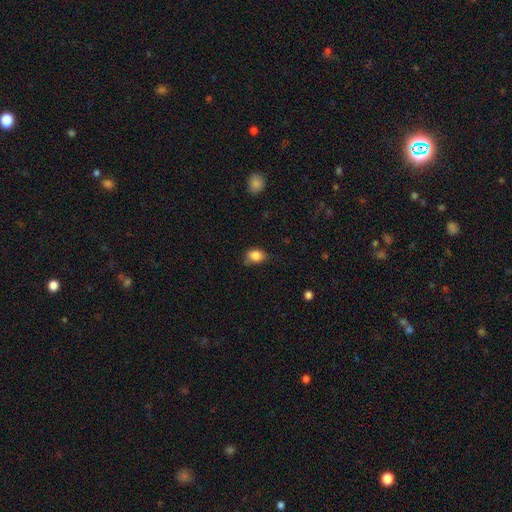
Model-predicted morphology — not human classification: This appears to be a smooth galaxy with no disk features (85%) that is in between round and cigar-shaped (62%). Merging: none (61%).